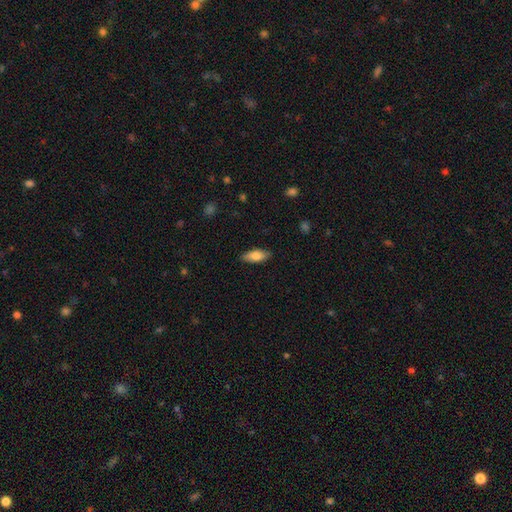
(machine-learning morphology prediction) A smooth galaxy with no disk features (80%) that is in between round and cigar-shaped (76%).

Vote fractions:
- Smooth or featured? smooth: 80% / featured or disk: 14% / star or artifact: 6%
- How rounded? in between: 76% / cigar-shaped: 22% / round: 2%
- Merging? none: 85% / minor disturbance: 11% / major disturbance: 2% / merger: 1%